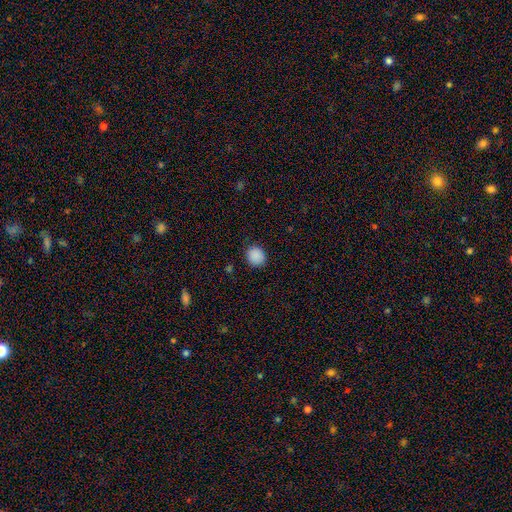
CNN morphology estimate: Overall: smooth (89%). How rounded: round (81%). Merging: none (88%).